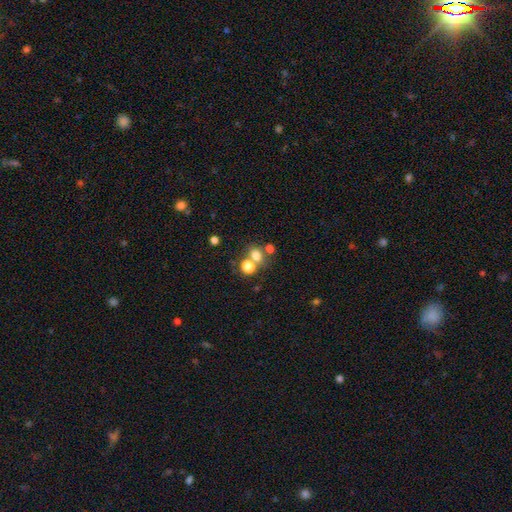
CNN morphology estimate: type=smooth (72%); roundness=round (62%); merging=none (53%).